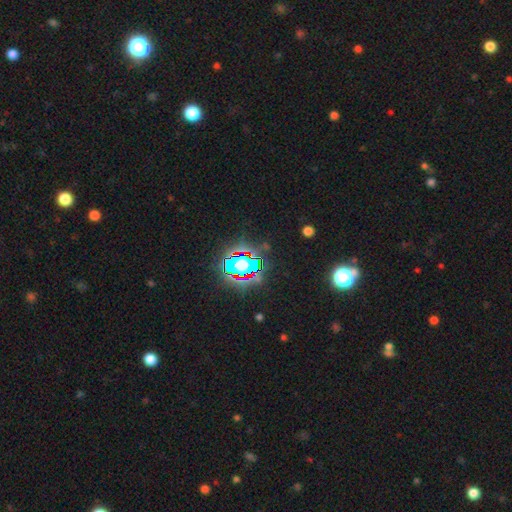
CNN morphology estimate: smooth_or_featured: star or artifact (p=0.82) [alt: smooth p=0.10]